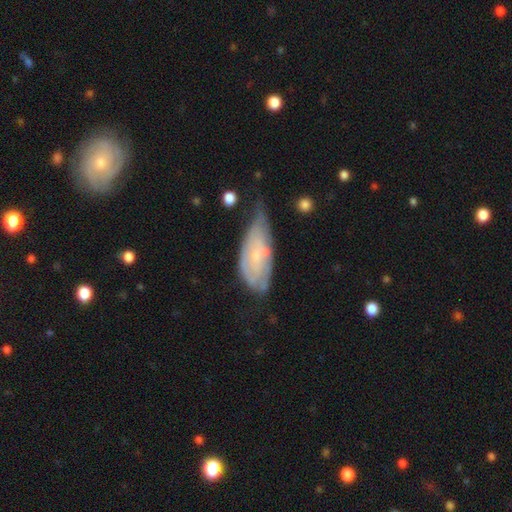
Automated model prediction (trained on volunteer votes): Smooth or featured: featured or disk — 58% (smooth — 34%)
Edge-on disk: no — 88% (yes — 12%)
Bar: no — 70% (weak — 25%)
Spiral arms: yes — 67% (no — 33%)
Bulge size: small — 74% (moderate — 17%)
Merging: minor disturbance — 41% (none — 35%)